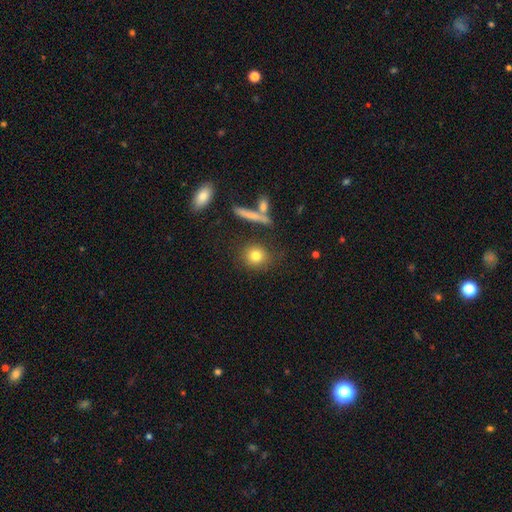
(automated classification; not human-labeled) smooth-or-featured: smooth: 79% | featured or disk: 11% | star or artifact: 10%
  how-rounded: round: 84% | in between: 13% | cigar-shaped: 3%
  merging: none: 80% | minor disturbance: 10% | merger: 6% | major disturbance: 4%